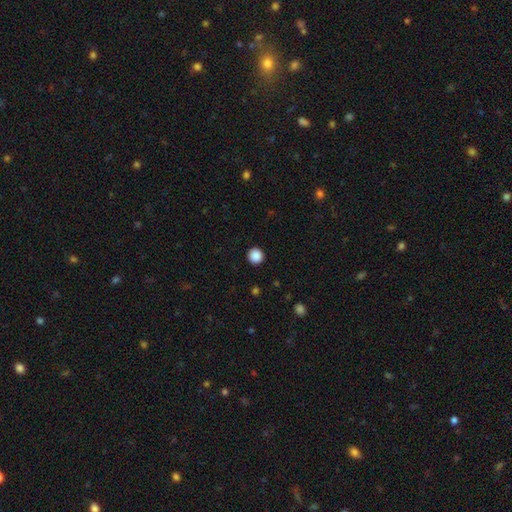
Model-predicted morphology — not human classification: A smooth galaxy with no disk features (88%) that is round (96%).

Vote fractions:
- Smooth or featured? smooth: 88% / star or artifact: 9% / featured or disk: 2%
- How rounded? round: 96% / in between: 4% / cigar-shaped: 1%
- Merging? none: 93% / minor disturbance: 4% / major disturbance: 2% / merger: 1%